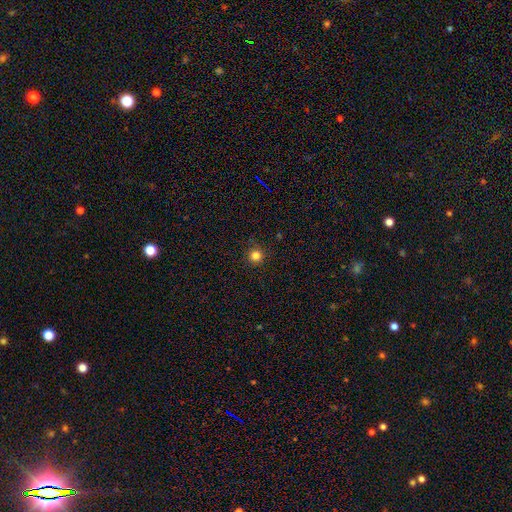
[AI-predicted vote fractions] A smooth galaxy with no disk features (81%) that is round (95%). Merging: none (87%).